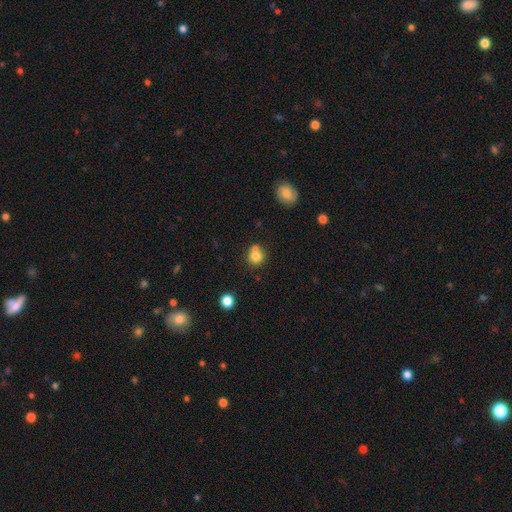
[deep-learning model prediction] Q: Smooth or featured?
A: smooth (78%); runner-up: featured or disk (11%)
Q: How rounded?
A: round (86%); runner-up: in between (13%)
Q: Merging?
A: none (50%); runner-up: merger (38%)